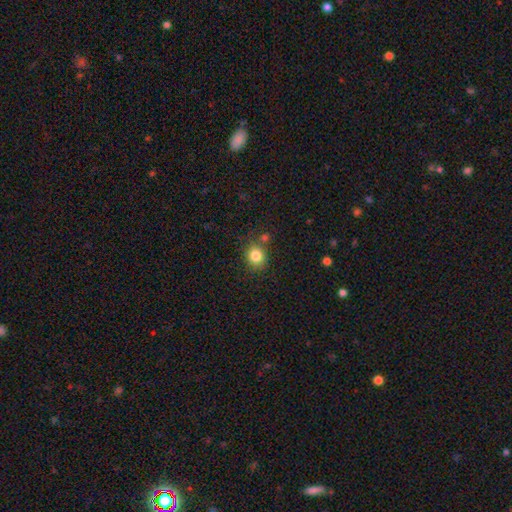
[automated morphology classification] This is clearly a smooth galaxy (83%). How rounded: likely round (75%). Merging: likely none (74%).